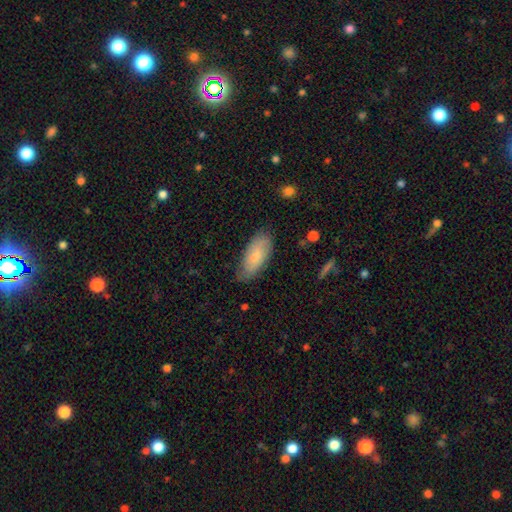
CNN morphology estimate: This is likely a smooth galaxy (76%). How rounded: clearly in between (85%). Merging: likely none (75%).